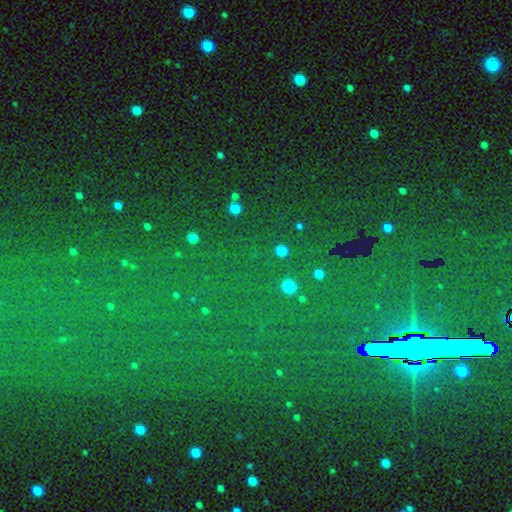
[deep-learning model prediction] A star or artifact, not a galaxy (83%).

Vote fractions:
- Smooth or featured? star or artifact: 83% / smooth: 9% / featured or disk: 8%